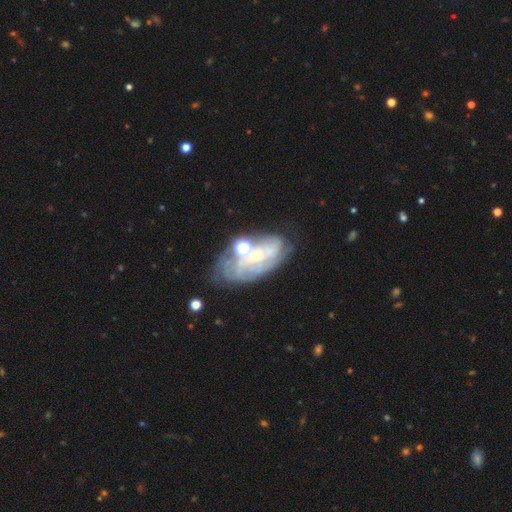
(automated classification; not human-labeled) The model was most divided on "bulge size": small: 51%, moderate: 28%, none: 15%, large: 4%, dominant: 2%. Remaining: edge-on disk — no (94%); spiral arms — yes (68%); smooth or featured — featured or disk (68%); bar — no (67%); merging — none (50%).